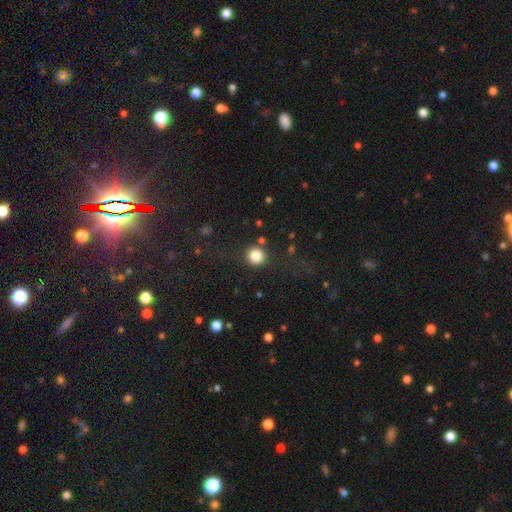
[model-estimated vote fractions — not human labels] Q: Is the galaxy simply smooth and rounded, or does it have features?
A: smooth — 84%.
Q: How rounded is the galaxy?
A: round — 92%.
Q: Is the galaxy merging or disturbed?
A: none — 84%.